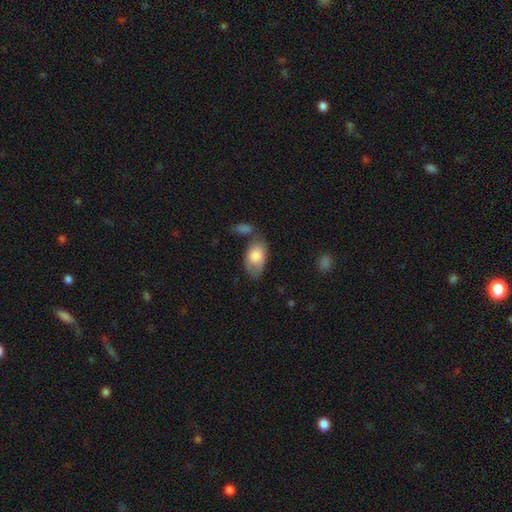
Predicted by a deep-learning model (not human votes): smooth-or-featured: smooth: 77% | featured or disk: 17% | star or artifact: 6%
  how-rounded: in between: 93% | round: 5% | cigar-shaped: 2%
  merging: none: 52% | minor disturbance: 25% | merger: 14% | major disturbance: 10%